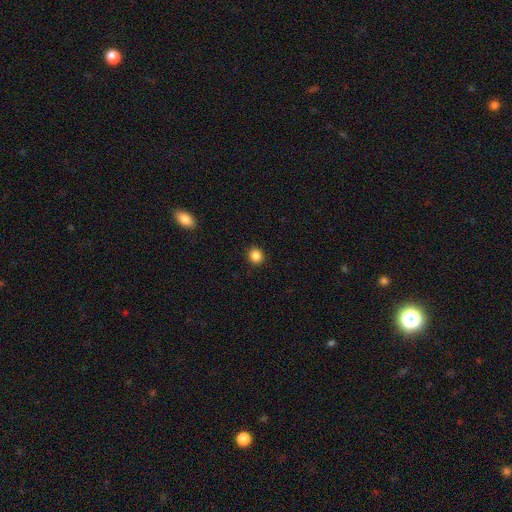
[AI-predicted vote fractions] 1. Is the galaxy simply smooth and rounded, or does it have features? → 85% smooth, 11% star or artifact, 4% featured or disk.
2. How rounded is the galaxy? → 87% round, 12% in between, 1% cigar-shaped.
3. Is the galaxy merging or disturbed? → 92% none, 5% minor disturbance, 2% major disturbance, 1% merger.